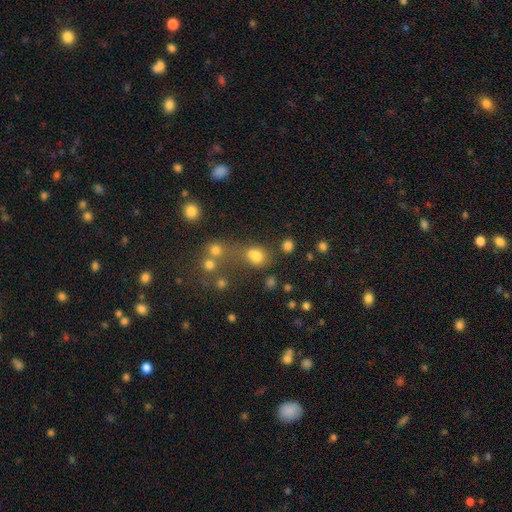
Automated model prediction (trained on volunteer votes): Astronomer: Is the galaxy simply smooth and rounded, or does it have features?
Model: smooth — 73%.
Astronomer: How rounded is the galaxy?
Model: round — 56% (runner-up: in between, 42%).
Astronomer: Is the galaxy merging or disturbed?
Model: none — 42% (runner-up: merger, 35%).